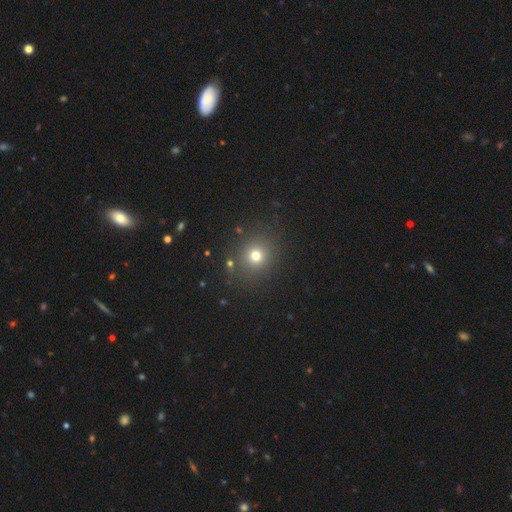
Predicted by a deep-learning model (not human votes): Smooth or featured? Predicted: smooth (p=0.73). How rounded? Predicted: round (p=0.88). Merging? Predicted: none (p=0.86).